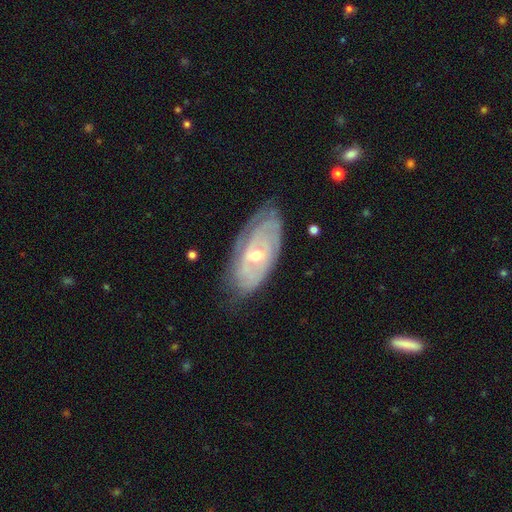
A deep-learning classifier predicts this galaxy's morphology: Q: Smooth or featured?
A: featured or disk (78%); runner-up: smooth (16%)
Q: Edge-on disk?
A: no (90%); runner-up: yes (10%)
Q: Bar?
A: no (53%); runner-up: weak (36%)
Q: Spiral arms?
A: yes (82%); runner-up: no (18%)
Q: Spiral winding?
A: tight (73%); runner-up: medium (20%)
Q: Spiral arm count?
A: can't tell (57%); runner-up: 2 (22%)
Q: Bulge size?
A: moderate (58%); runner-up: small (38%)
Q: Merging?
A: none (68%); runner-up: minor disturbance (23%)